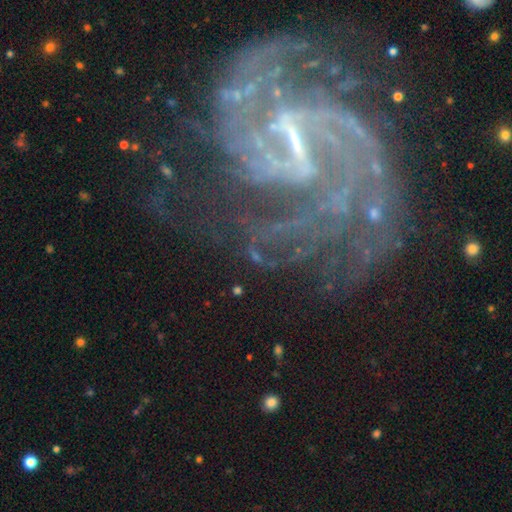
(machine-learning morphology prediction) type=featured or disk (87%); edge-on=no (97%); bar=strong (54%); spiral arms=yes (93%); winding=medium (43%); arm count=2 (42%); bulge=small (50%); merging=none (53%).